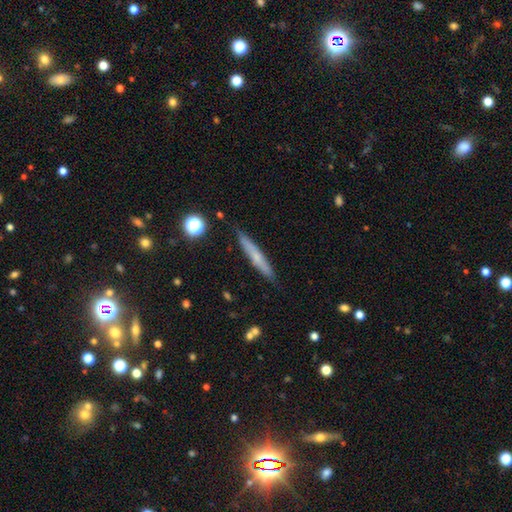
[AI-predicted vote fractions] The model was most divided on "smooth or featured": smooth: 54%, featured or disk: 38%, star or artifact: 8%. More confident: how rounded — cigar-shaped (94%); merging — none (87%).